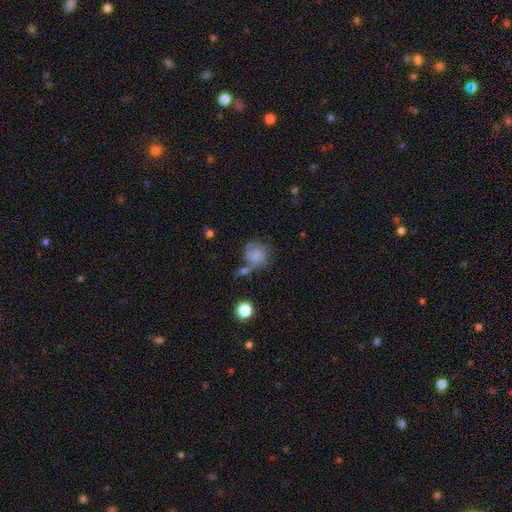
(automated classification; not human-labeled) Smooth or featured?
  - smooth: 57% *
  - featured or disk: 33%
  - star or artifact: 10%
How rounded?
  - round: 73% *
  - in between: 26%
  - cigar-shaped: 1%
Merging?
  - none: 37% *
  - merger: 23%
  - minor disturbance: 21%
  - major disturbance: 19%